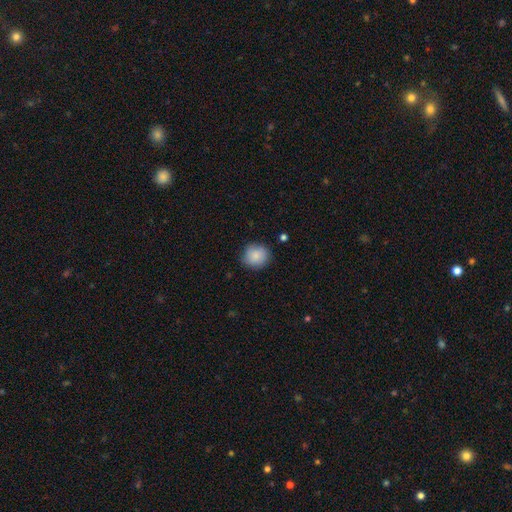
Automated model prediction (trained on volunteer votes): A smooth galaxy with no disk features (87%) that is round (83%).

Vote fractions:
- Smooth or featured? smooth: 87% / star or artifact: 7% / featured or disk: 6%
- How rounded? round: 83% / in between: 16% / cigar-shaped: 1%
- Merging? none: 84% / minor disturbance: 12% / major disturbance: 3% / merger: 1%